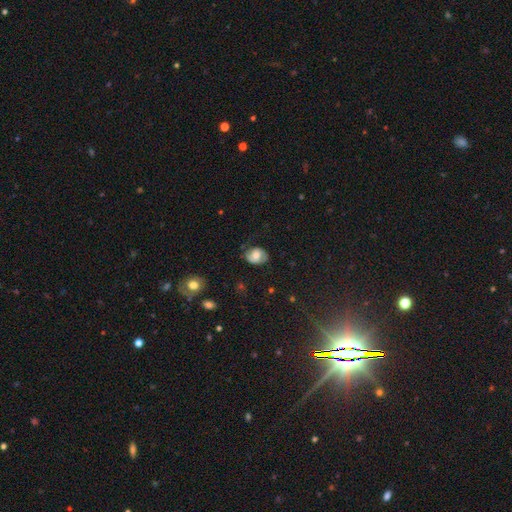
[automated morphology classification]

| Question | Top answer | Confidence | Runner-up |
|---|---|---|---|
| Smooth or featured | featured or disk | 56% | smooth (36%) |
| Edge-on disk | no | 97% | yes (3%) |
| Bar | no | 55% | weak (35%) |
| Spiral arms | yes | 86% | no (14%) |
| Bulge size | moderate | 63% | small (21%) |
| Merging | none | 70% | minor disturbance (21%) |